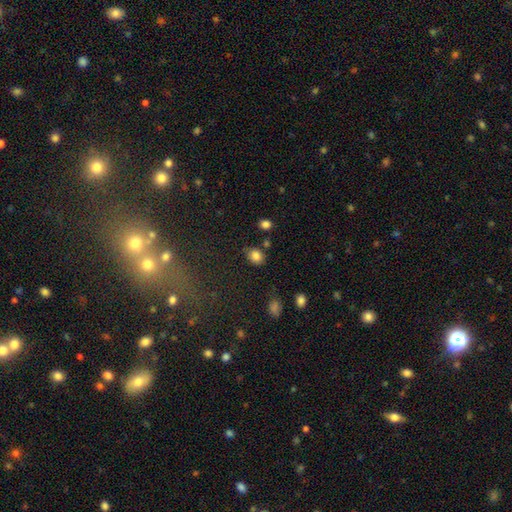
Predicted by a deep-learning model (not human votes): This is clearly a smooth galaxy (84%). How rounded: possibly in between (53%). Merging: likely none (74%).